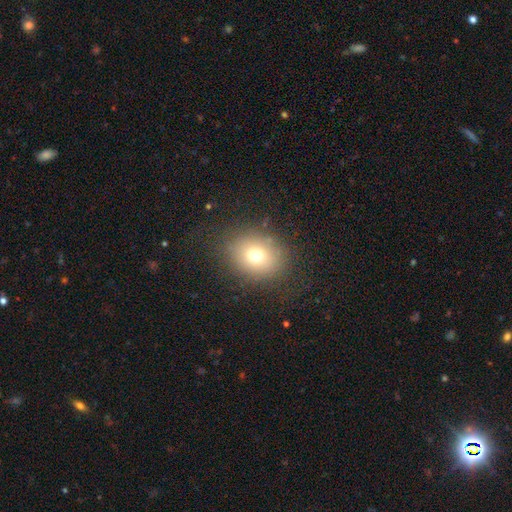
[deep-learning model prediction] This is likely a smooth galaxy (72%). How rounded: possibly round (54%). Merging: clearly none (82%).